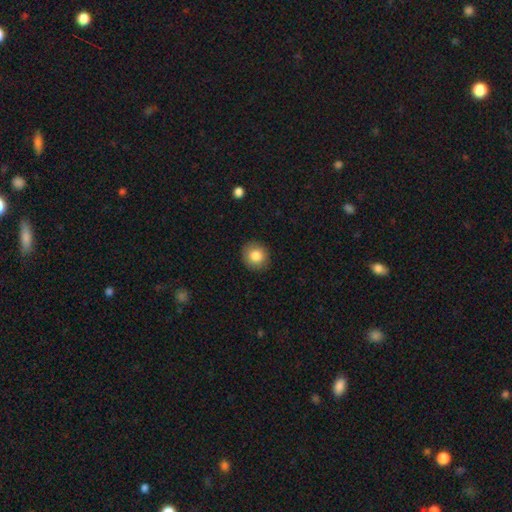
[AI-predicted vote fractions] This is clearly a smooth galaxy (84%). How rounded: clearly round (90%). Merging: clearly none (89%).